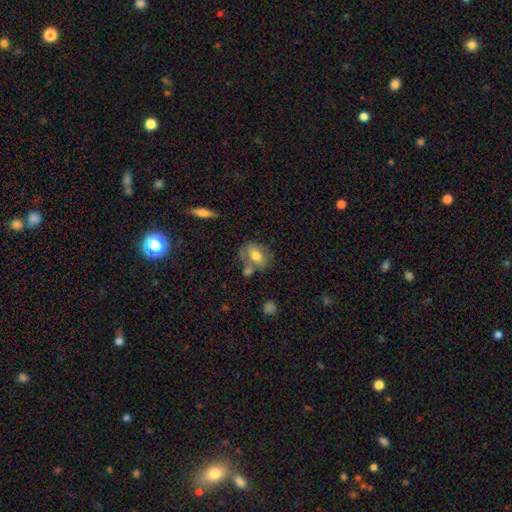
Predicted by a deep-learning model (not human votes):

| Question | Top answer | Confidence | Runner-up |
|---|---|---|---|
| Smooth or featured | smooth | 60% | featured or disk (33%) |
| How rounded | in between | 72% | round (26%) |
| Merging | none | 49% | merger (23%) |